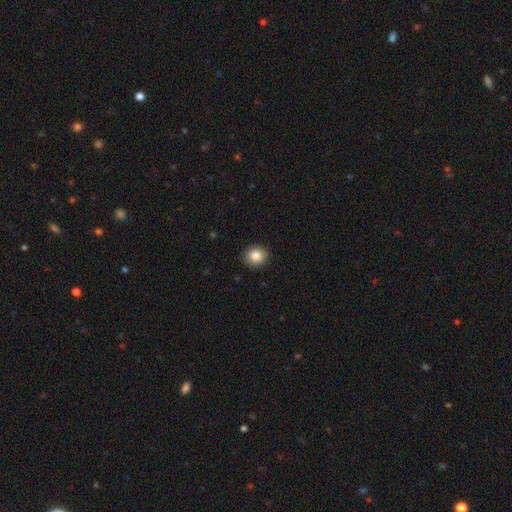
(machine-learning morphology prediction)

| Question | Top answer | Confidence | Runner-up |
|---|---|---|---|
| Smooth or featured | smooth | 86% | star or artifact (9%) |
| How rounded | round | 82% | in between (17%) |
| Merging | none | 91% | minor disturbance (6%) |